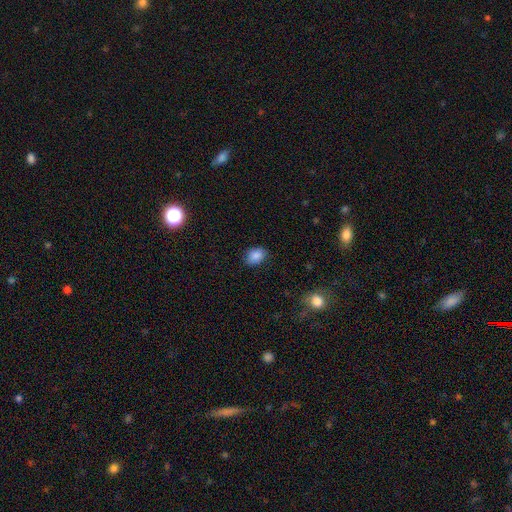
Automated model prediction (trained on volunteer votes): This is clearly a smooth galaxy (87%). How rounded: likely in between (75%). Merging: clearly none (82%).